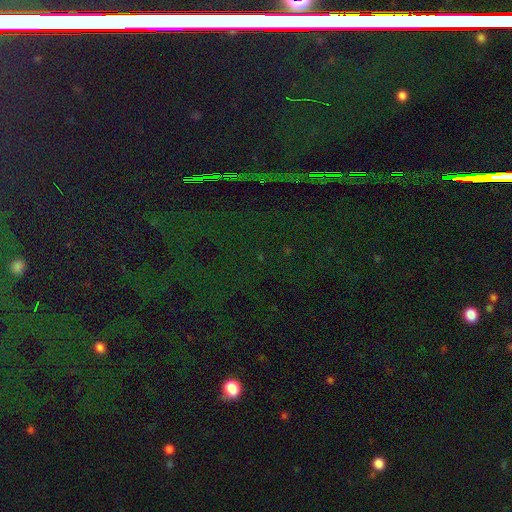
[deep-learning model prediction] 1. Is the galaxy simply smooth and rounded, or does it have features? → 83% star or artifact, 9% smooth, 7% featured or disk.